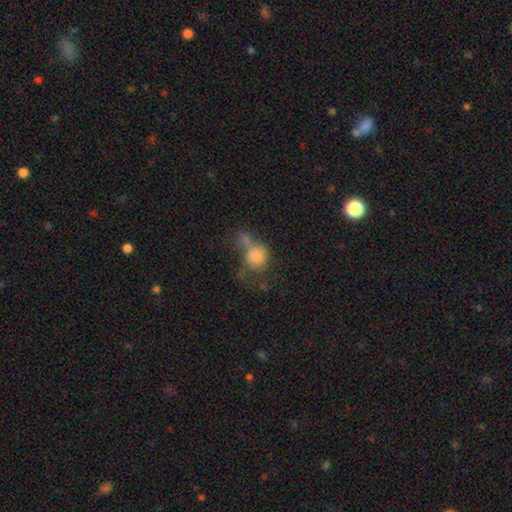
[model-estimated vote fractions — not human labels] Smooth or featured: smooth — 73% (featured or disk — 15%)
How rounded: round — 66% (in between — 33%)
Merging: merger — 38% (none — 26%)